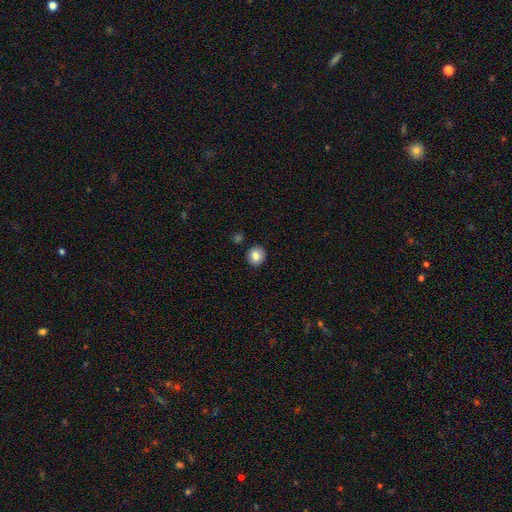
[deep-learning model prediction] Smooth or featured? Predicted: smooth (p=0.83). How rounded? Predicted: round (p=0.84). Merging? Predicted: none (p=0.88).